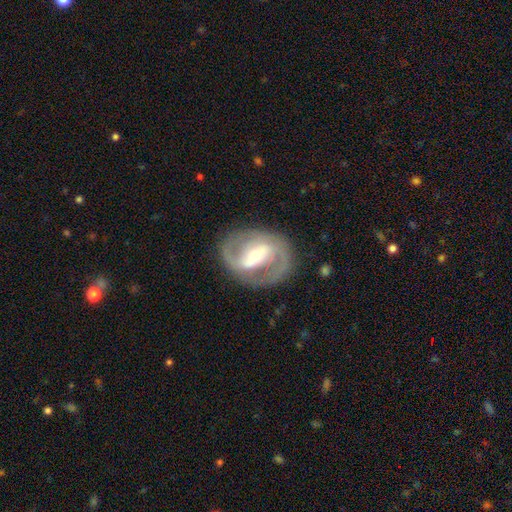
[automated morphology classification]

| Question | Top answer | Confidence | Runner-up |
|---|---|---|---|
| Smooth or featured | featured or disk | 85% | smooth (9%) |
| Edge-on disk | no | 96% | yes (4%) |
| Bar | strong | 51% | weak (34%) |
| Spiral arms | yes | 91% | no (9%) |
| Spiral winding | medium | 51% | tight (29%) |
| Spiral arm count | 2 | 88% | can't tell (5%) |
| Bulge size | moderate | 47% | small (46%) |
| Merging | none | 81% | minor disturbance (11%) |